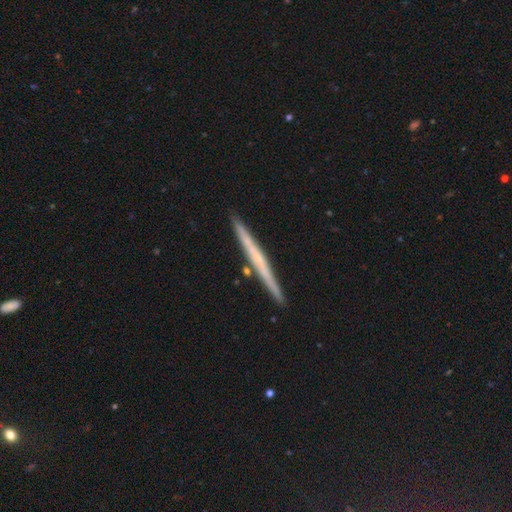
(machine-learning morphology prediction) This appears to be a featured or disk galaxy (58%) viewed edge-on (97%) with no central bulge (83%). Merging: none (90%).